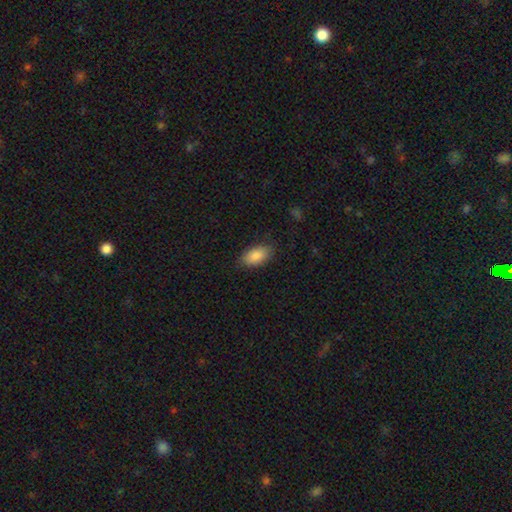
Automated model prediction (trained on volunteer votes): Q: Smooth or featured?
A: smooth (87%); runner-up: star or artifact (7%)
Q: How rounded?
A: in between (93%); runner-up: cigar-shaped (4%)
Q: Merging?
A: none (85%); runner-up: minor disturbance (11%)